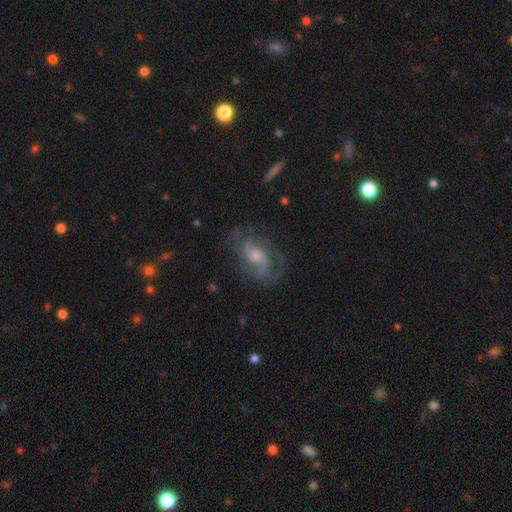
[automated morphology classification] A featured or disk galaxy (83%) with no bar (51%), 2 (61%) medium (51%) spiral arms (94%) and a moderate central bulge (51%).

Vote fractions:
- Smooth or featured? featured or disk: 83% / smooth: 9% / star or artifact: 7%
- Edge-on disk? no: 97% / yes: 3%
- Bar? no: 51% / weak: 41% / strong: 8%
- Spiral arms? yes: 94% / no: 6%
- Spiral winding? medium: 51% / tight: 28% / loose: 20%
- Spiral arm count? 2: 61% / can't tell: 15% / 3: 14% / 1: 4% / 4: 4% / more than 4: 3%
- Bulge size? moderate: 51% / small: 32% / large: 9% / none: 7% / dominant: 1%
- Merging? none: 69% / minor disturbance: 17% / major disturbance: 12% / merger: 1%